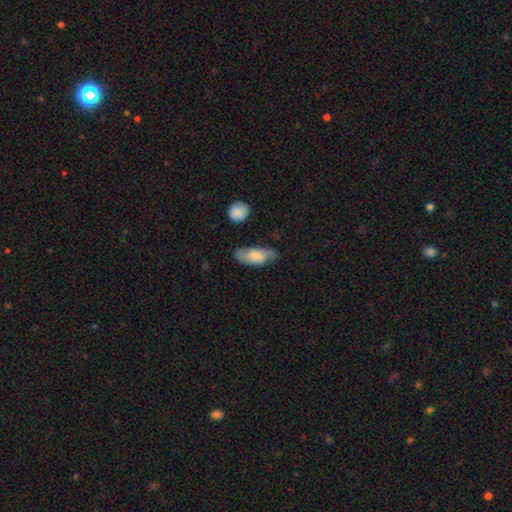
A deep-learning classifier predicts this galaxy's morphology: type=smooth (56%); roundness=in between (85%); merging=none (67%).